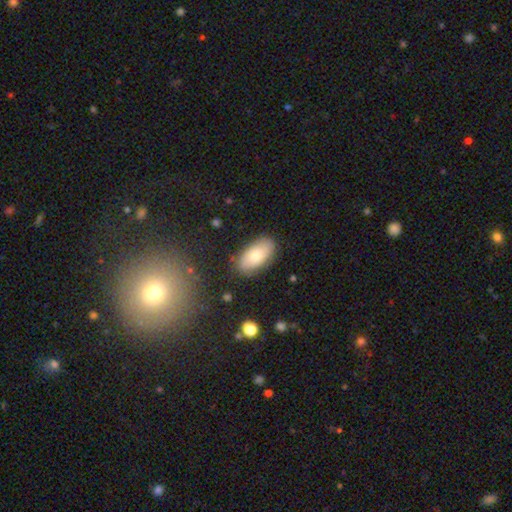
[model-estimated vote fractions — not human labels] smooth-or-featured: smooth: 72% | featured or disk: 21% | star or artifact: 7%
  how-rounded: in between: 93% | cigar-shaped: 4% | round: 3%
  merging: none: 83% | minor disturbance: 12% | major disturbance: 3% | merger: 2%